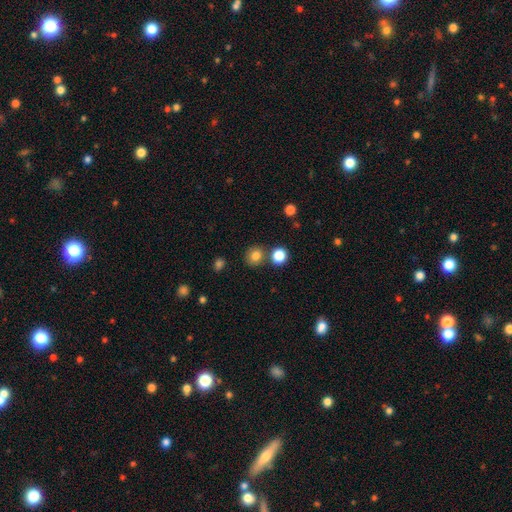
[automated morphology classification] Smooth or featured: smooth — 81% (star or artifact — 13%)
How rounded: round — 81% (in between — 18%)
Merging: none — 76% (merger — 12%)